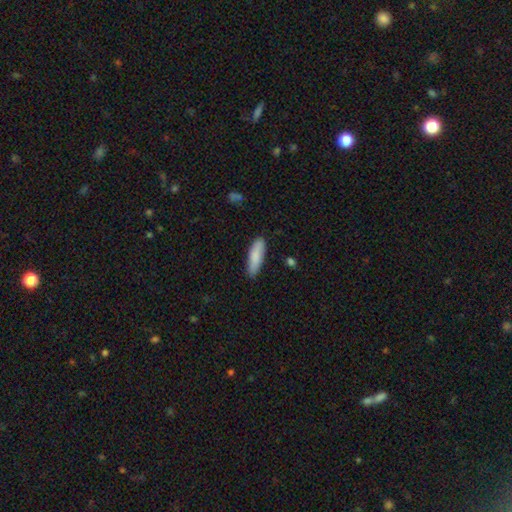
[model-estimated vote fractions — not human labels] Smooth or featured? smooth (86%)
How rounded? cigar-shaped (59%)
Merging? none (84%)